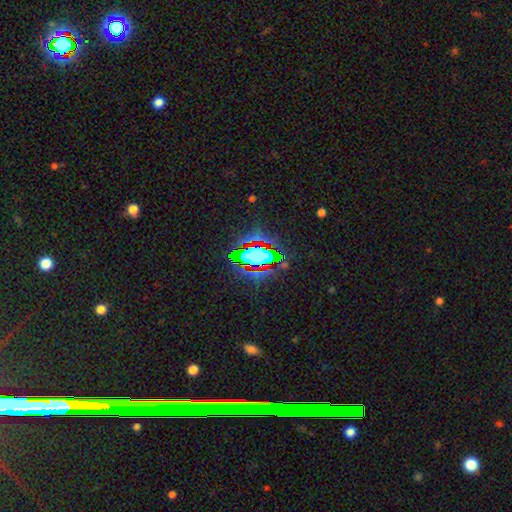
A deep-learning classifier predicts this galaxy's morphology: Smooth or featured: star or artifact — 56% (smooth — 29%)